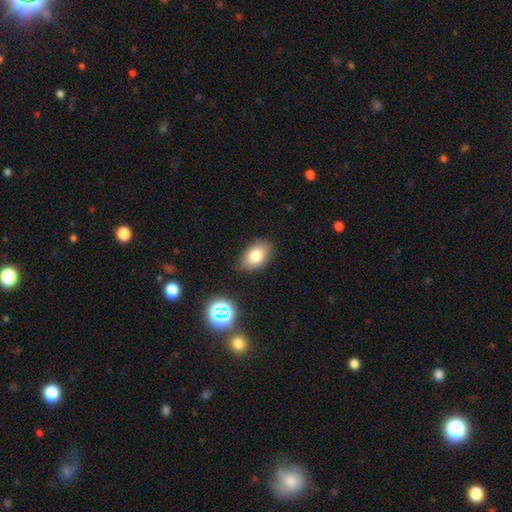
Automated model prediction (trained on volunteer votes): A smooth galaxy with no disk features (79%) that is in between round and cigar-shaped (86%).

Vote fractions:
- Smooth or featured? smooth: 79% / featured or disk: 11% / star or artifact: 10%
- How rounded? in between: 86% / round: 13% / cigar-shaped: 1%
- Merging? none: 81% / minor disturbance: 14% / major disturbance: 3% / merger: 2%